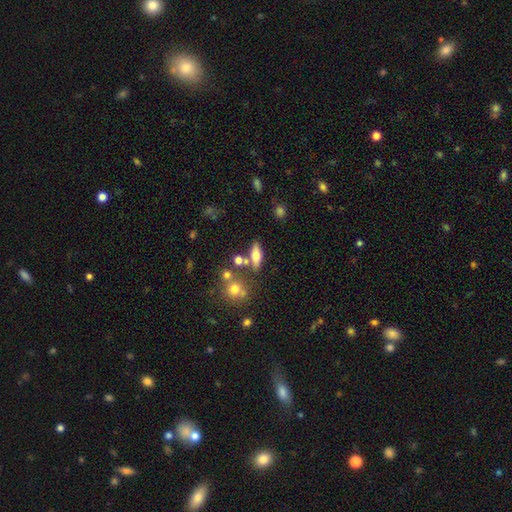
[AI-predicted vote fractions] A smooth galaxy with no disk features (60%) that is in between round and cigar-shaped (62%). Merging: none (66%).